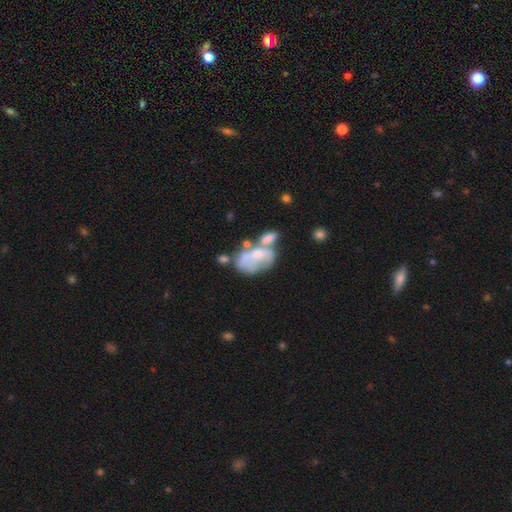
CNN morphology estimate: Q: Smooth or featured?
A: smooth (46%); runner-up: featured or disk (44%)
Q: Merging?
A: merger (43%); runner-up: major disturbance (20%)